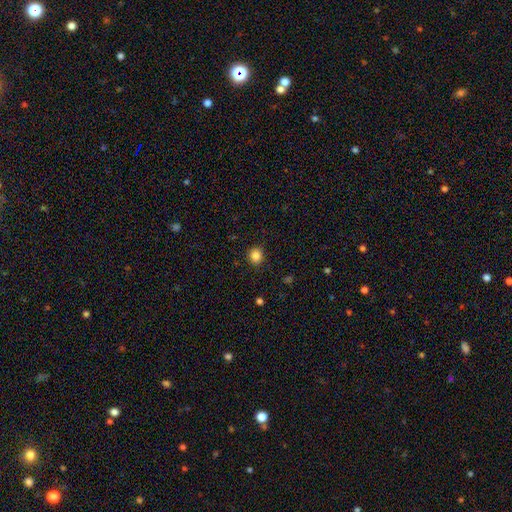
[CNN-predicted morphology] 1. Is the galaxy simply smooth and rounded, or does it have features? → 85% smooth, 11% star or artifact, 4% featured or disk.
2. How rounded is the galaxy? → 80% round, 19% in between, 1% cigar-shaped.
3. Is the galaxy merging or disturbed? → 89% none, 8% minor disturbance, 2% major disturbance, 1% merger.